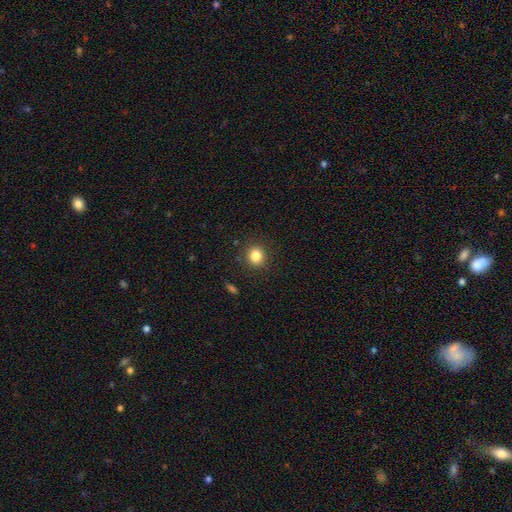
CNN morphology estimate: smooth_or_featured: smooth (p=0.83) [alt: star or artifact p=0.11]
how_rounded: round (p=0.80) [alt: in between p=0.19]
merging: none (p=0.88) [alt: minor disturbance p=0.08]